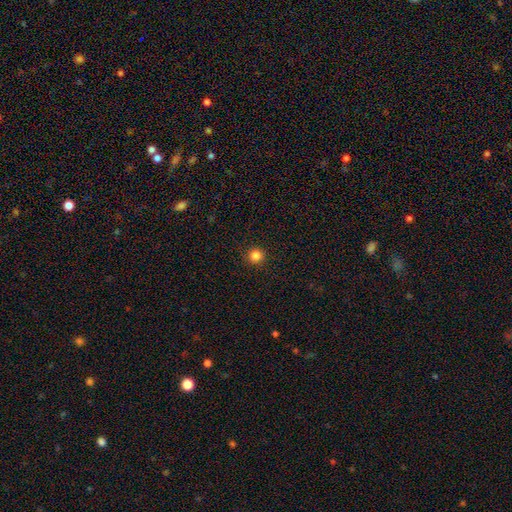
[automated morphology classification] This appears to be a smooth galaxy with no disk features (85%) that is round (94%). Merging: none (92%).